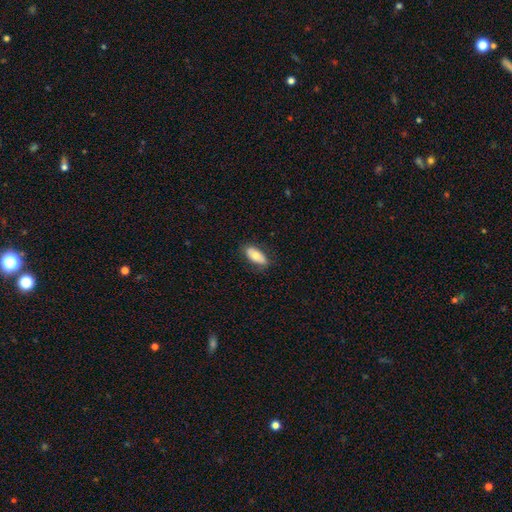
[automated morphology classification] Smooth or featured: smooth — 73% (featured or disk — 21%)
How rounded: in between — 85% (cigar-shaped — 12%)
Merging: none — 81% (minor disturbance — 15%)